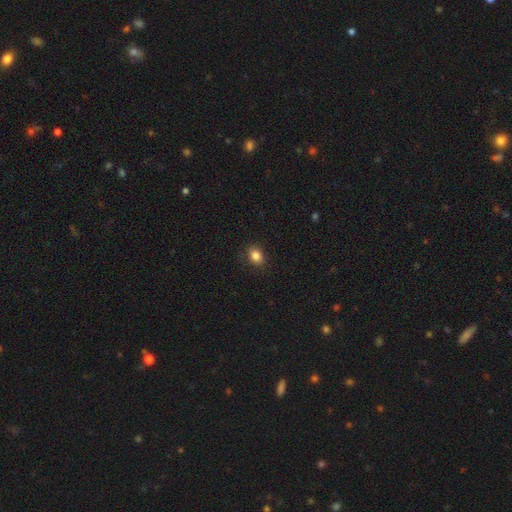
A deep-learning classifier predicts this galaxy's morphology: type=smooth (85%); roundness=in between (55%); merging=none (87%).